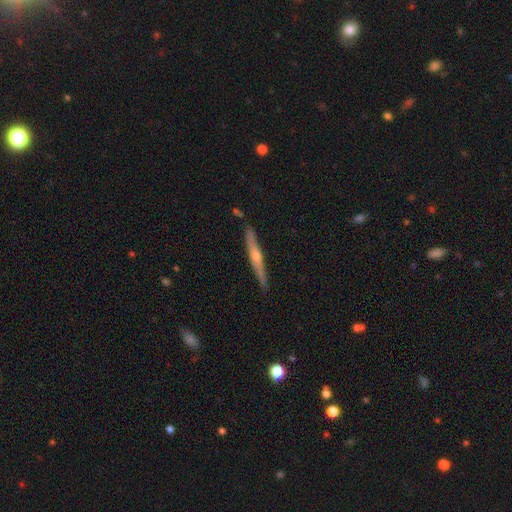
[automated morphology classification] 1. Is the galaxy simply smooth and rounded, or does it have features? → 67% featured or disk, 28% smooth, 6% star or artifact.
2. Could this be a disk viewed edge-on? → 96% yes, 4% no.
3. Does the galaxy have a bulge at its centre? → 80% rounded, 16% none, 4% boxy.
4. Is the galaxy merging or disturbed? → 87% none, 9% minor disturbance, 2% merger, 2% major disturbance.